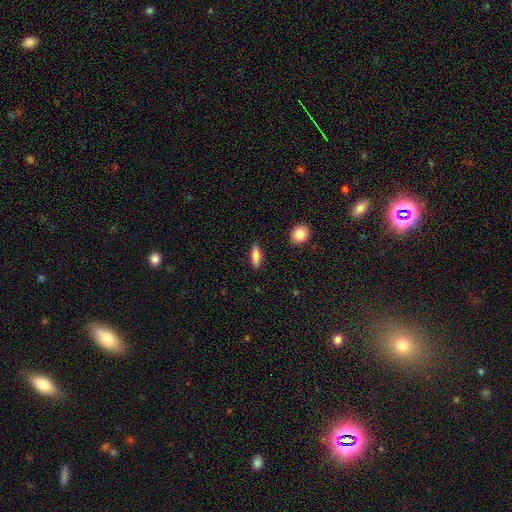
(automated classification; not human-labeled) The model was most divided on "how rounded": in between: 62%, cigar-shaped: 35%, round: 3%. More confident: merging — none (88%); smooth or featured — smooth (79%).